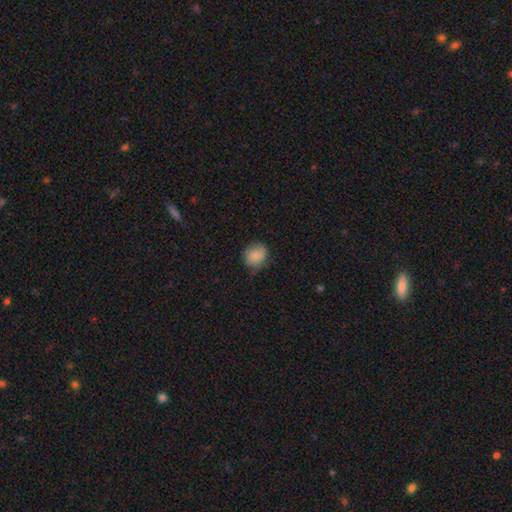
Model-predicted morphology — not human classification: Q: Smooth or featured?
A: smooth (81%); runner-up: featured or disk (11%)
Q: How rounded?
A: round (69%); runner-up: in between (30%)
Q: Merging?
A: none (67%); runner-up: minor disturbance (25%)